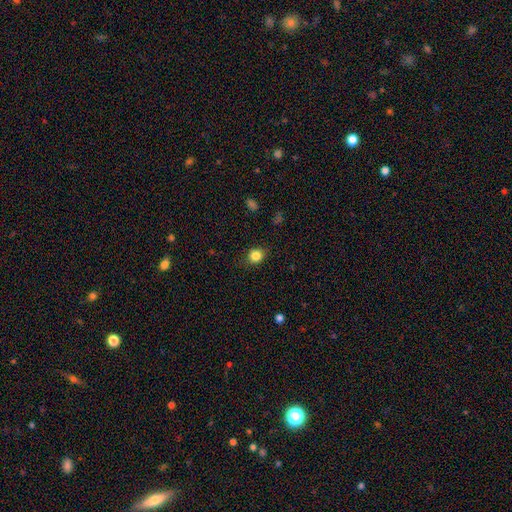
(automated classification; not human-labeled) Q: Smooth or featured?
A: smooth (83%); runner-up: star or artifact (11%)
Q: How rounded?
A: round (69%); runner-up: in between (30%)
Q: Merging?
A: none (83%); runner-up: minor disturbance (13%)